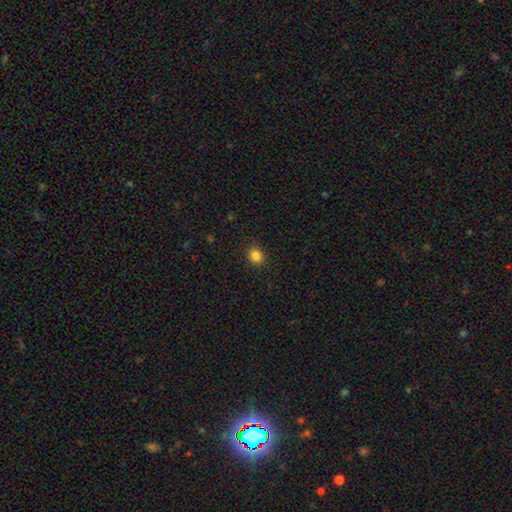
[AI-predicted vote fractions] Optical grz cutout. It shows a smooth galaxy with no disk features (85%) that is round (77%). Merging: none (90%).